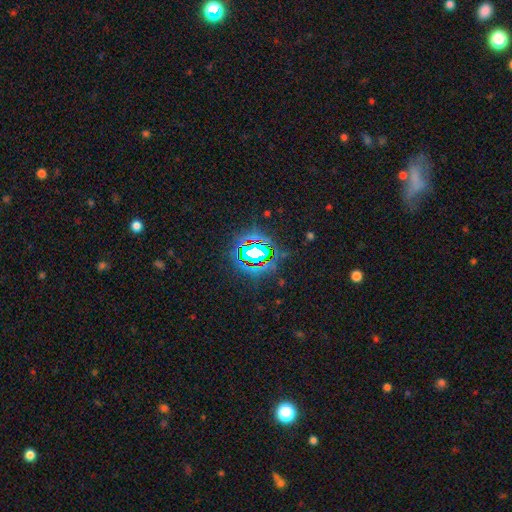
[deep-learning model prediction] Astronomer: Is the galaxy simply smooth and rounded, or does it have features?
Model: star or artifact — 75%.